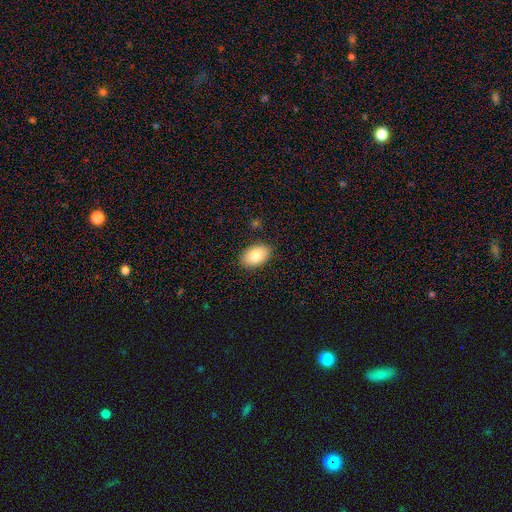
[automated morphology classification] This appears to be a smooth galaxy with no disk features (81%) that is in between round and cigar-shaped (90%). Merging: none (88%).